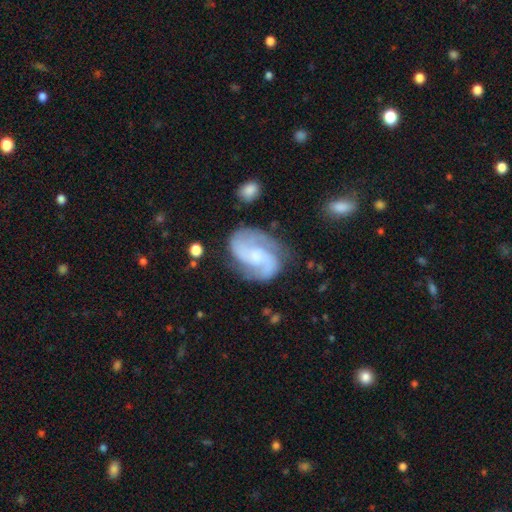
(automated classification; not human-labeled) Smooth or featured: featured or disk — 85% (smooth — 10%)
Edge-on disk: no — 98% (yes — 2%)
Bar: no — 54% (weak — 36%)
Spiral arms: yes — 97% (no — 3%)
Spiral winding: medium — 49% (tight — 31%)
Spiral arm count: 2 — 80% (3 — 8%)
Bulge size: small — 38% (none — 31%)
Merging: none — 71% (minor disturbance — 18%)